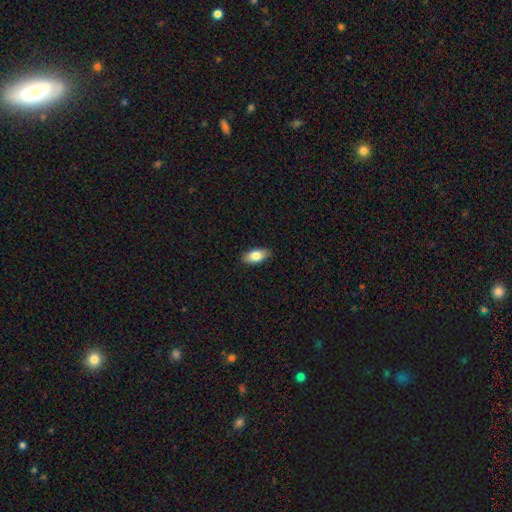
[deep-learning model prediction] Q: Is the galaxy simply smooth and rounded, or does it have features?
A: smooth — 82%.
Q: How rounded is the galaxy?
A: in between — 91%.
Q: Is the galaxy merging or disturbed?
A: none — 89%.